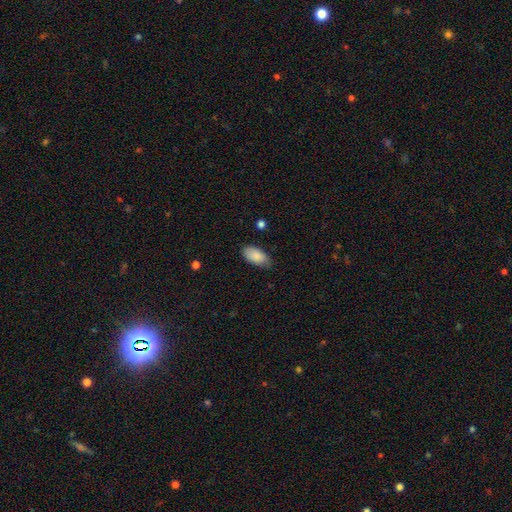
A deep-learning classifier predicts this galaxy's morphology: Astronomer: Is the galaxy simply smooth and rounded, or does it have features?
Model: smooth — 88%.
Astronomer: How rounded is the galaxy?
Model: in between — 94%.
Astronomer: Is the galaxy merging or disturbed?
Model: none — 74%.